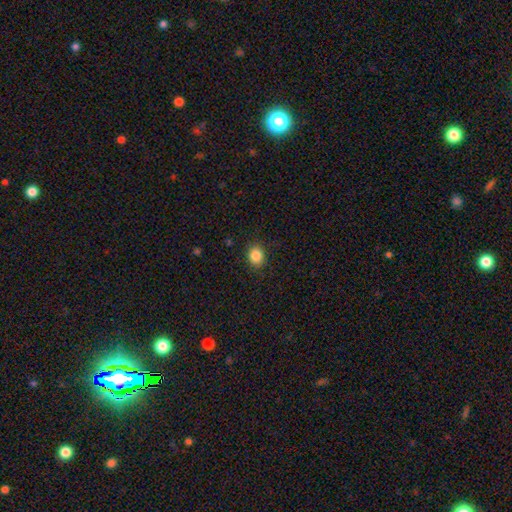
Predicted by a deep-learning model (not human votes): This is clearly a smooth galaxy (85%). How rounded: likely round (66%). Merging: clearly none (88%).